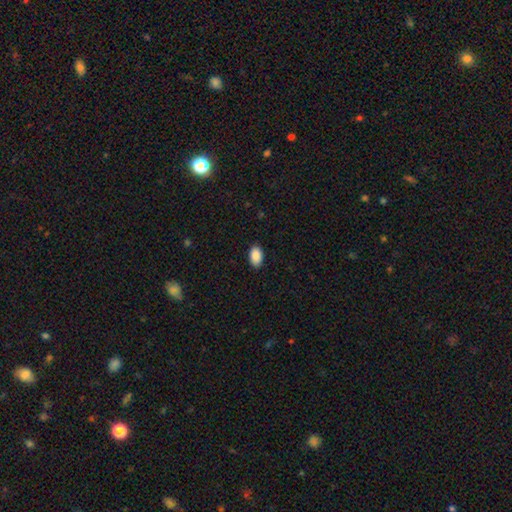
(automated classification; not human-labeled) Smooth or featured? smooth (90%)
How rounded? in between (93%)
Merging? none (89%)